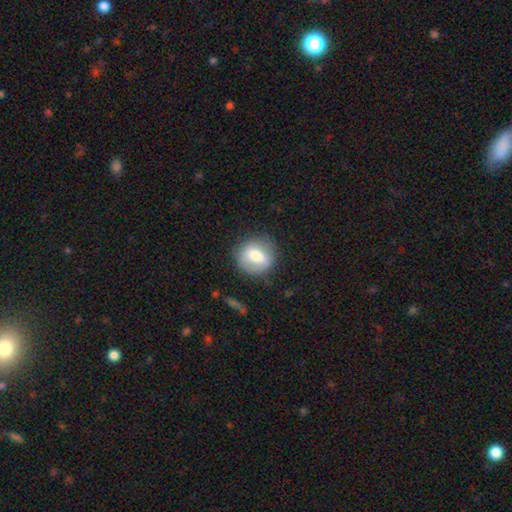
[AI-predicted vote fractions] A smooth galaxy with no disk features (65%) that is round (82%). Merging: none (77%).